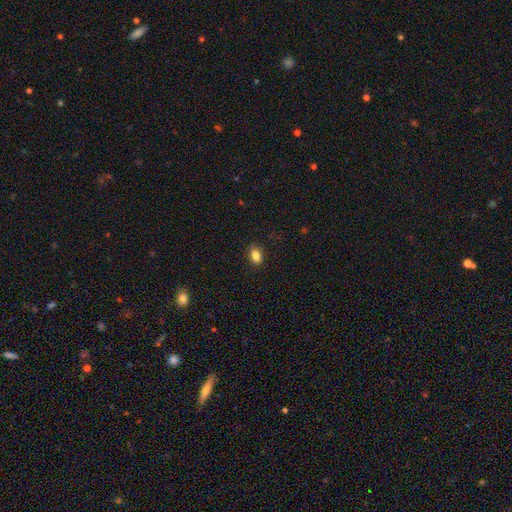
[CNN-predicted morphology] Smooth or featured? Predicted: smooth (p=0.84). How rounded? Predicted: in between (p=0.81). Merging? Predicted: none (p=0.87).